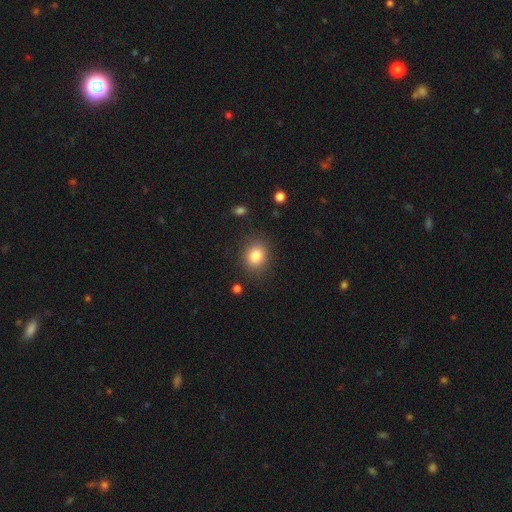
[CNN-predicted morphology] Smooth or featured? Predicted: smooth (p=0.83). How rounded? Predicted: round (p=0.65). Merging? Predicted: none (p=0.83).